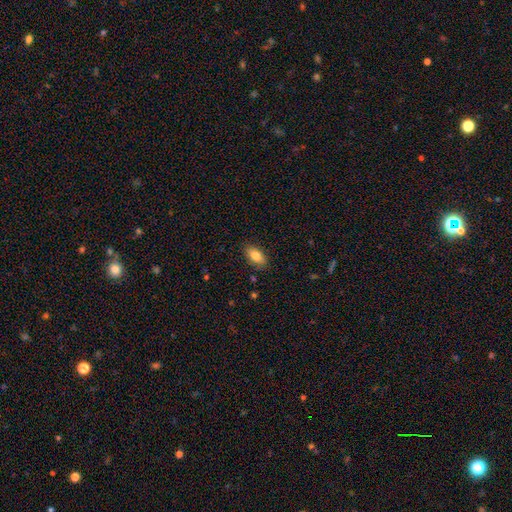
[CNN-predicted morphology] smooth-or-featured: smooth: 83% | featured or disk: 10% | star or artifact: 7%
  how-rounded: in between: 90% | cigar-shaped: 6% | round: 4%
  merging: none: 86% | minor disturbance: 10% | major disturbance: 2% | merger: 1%